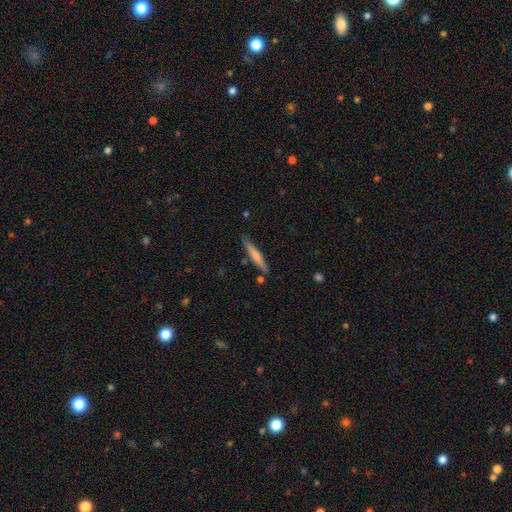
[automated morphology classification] This appears to be a smooth galaxy with no disk features (62%) that is cigar-shaped (94%). Merging: none (81%).